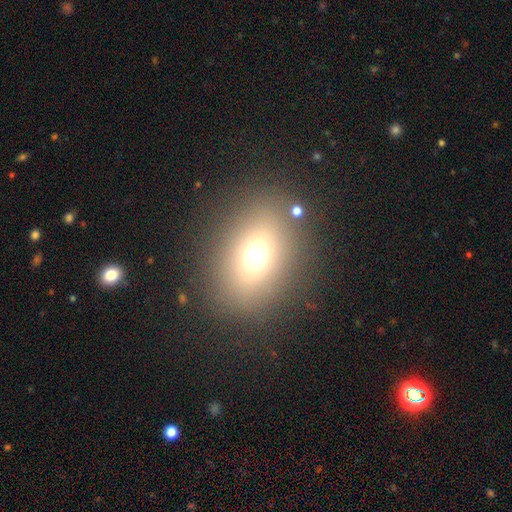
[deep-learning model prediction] Smooth or featured? Predicted: smooth (p=0.69). How rounded? Predicted: in between (p=0.64). Merging? Predicted: none (p=0.84).